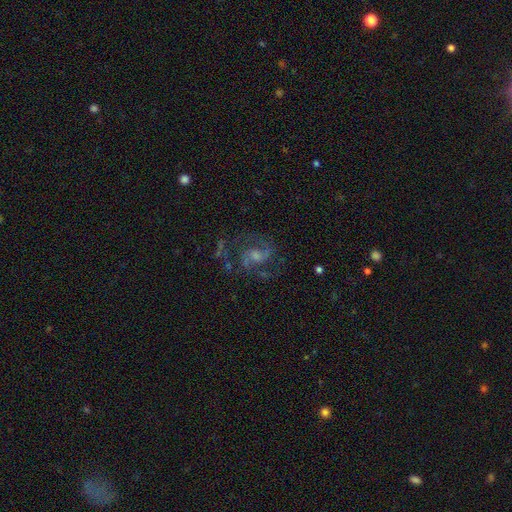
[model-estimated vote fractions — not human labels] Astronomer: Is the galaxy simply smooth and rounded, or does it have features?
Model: featured or disk — 84%.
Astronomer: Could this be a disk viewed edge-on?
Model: no — 98%.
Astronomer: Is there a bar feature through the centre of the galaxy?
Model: no — 46% (runner-up: weak, 44%).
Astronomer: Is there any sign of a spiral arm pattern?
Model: yes — 96%.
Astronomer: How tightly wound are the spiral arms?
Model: medium — 60%.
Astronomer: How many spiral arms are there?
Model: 2 — 86%.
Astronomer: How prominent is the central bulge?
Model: small — 43% (runner-up: moderate, 39%).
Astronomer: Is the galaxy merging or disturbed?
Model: none — 67%.